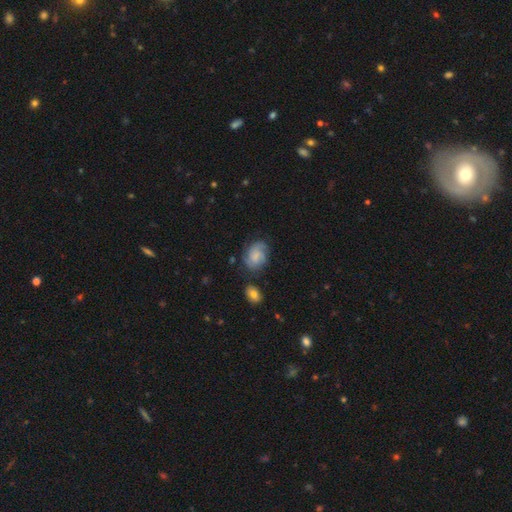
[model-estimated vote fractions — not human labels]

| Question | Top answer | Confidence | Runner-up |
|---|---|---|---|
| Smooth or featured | featured or disk | 52% | smooth (39%) |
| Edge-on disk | no | 97% | yes (3%) |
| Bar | no | 66% | weak (30%) |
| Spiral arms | yes | 89% | no (11%) |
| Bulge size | none | 37% | small (33%) |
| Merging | none | 69% | minor disturbance (20%) |